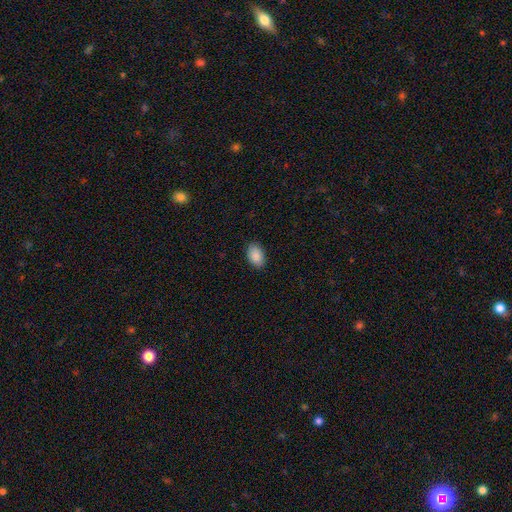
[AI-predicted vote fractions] The model was most divided on "merging": none: 88%, minor disturbance: 9%, major disturbance: 2%, merger: 1%. More confident: how rounded — in between (91%); smooth or featured — smooth (90%).